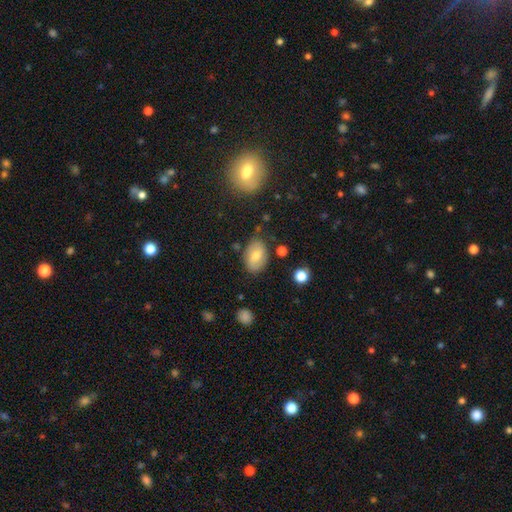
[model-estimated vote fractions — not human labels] This appears to be a smooth galaxy with no disk features (66%) that is in between round and cigar-shaped (88%). Merging: none (79%).